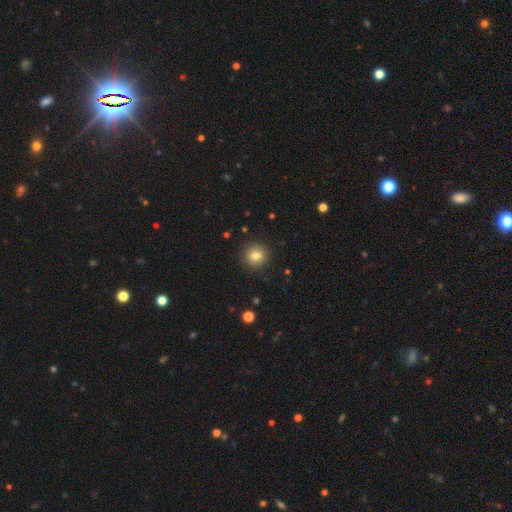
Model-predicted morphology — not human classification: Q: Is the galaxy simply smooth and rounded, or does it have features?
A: smooth — 80%.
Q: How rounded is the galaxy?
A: round — 91%.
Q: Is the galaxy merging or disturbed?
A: none — 89%.